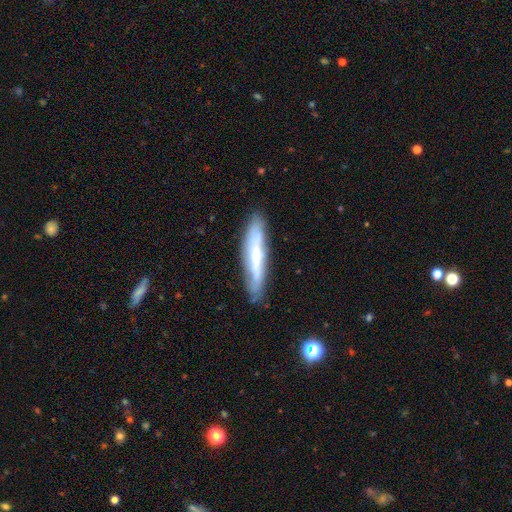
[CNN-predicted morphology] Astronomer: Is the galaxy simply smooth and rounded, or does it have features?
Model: featured or disk — 55% (runner-up: smooth, 39%).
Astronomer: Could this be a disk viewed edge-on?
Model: yes — 69%.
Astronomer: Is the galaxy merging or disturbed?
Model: none — 82%.